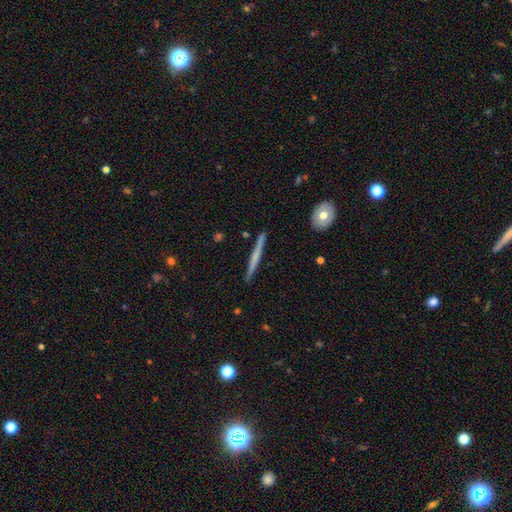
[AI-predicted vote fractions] A featured or disk galaxy (53%) viewed edge-on (97%) with no central bulge (76%).

Vote fractions:
- Smooth or featured? featured or disk: 53% / smooth: 41% / star or artifact: 6%
- Edge-on disk? yes: 97% / no: 3%
- Edge-on bulge? none: 76% / rounded: 19% / boxy: 5%
- Merging? none: 91% / minor disturbance: 7% / major disturbance: 1% / merger: 1%